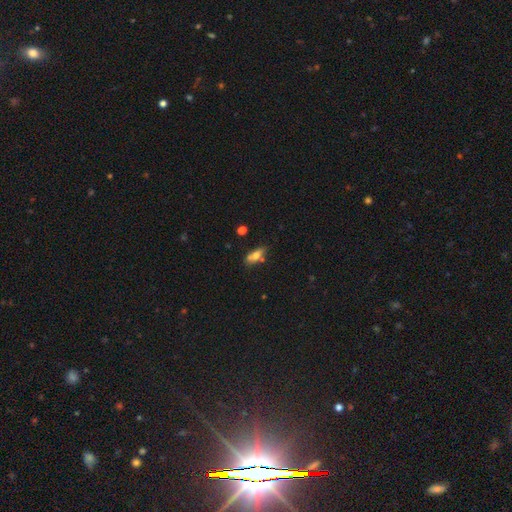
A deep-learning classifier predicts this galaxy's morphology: Overall: smooth (68%). How rounded: in between (76%). Merging: none (57%; minor disturbance 21%).